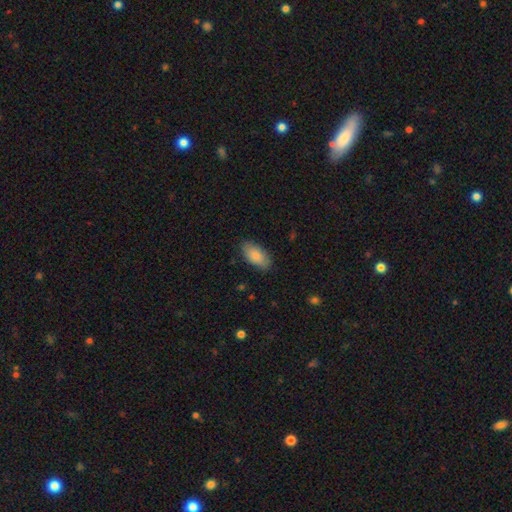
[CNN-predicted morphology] smooth 84%, featured or disk 10%, star or artifact 6%. Down the decision tree: how rounded — in between (93%); merging — none (84%).